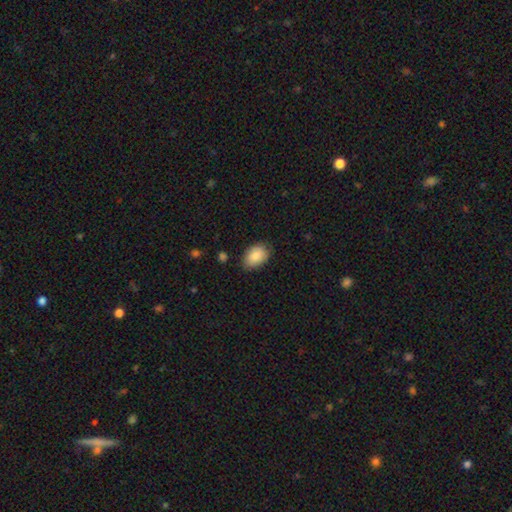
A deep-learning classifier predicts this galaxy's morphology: smooth-or-featured: smooth: 87% | star or artifact: 7% | featured or disk: 6%
  how-rounded: in between: 85% | round: 14% | cigar-shaped: 1%
  merging: none: 79% | minor disturbance: 17% | major disturbance: 3% | merger: 1%